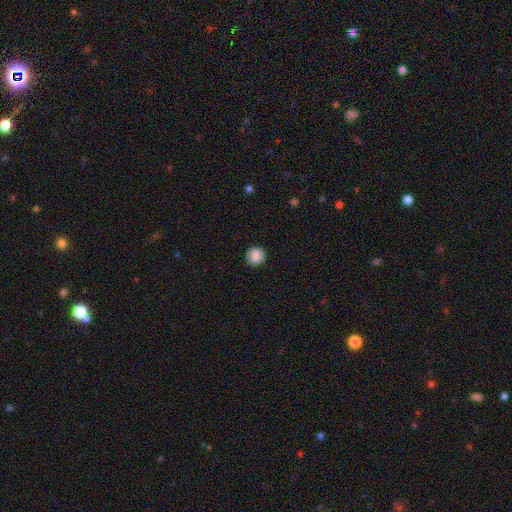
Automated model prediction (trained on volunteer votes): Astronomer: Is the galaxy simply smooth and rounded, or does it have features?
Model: smooth — 82%.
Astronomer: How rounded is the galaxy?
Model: round — 91%.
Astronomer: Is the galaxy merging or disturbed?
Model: none — 90%.